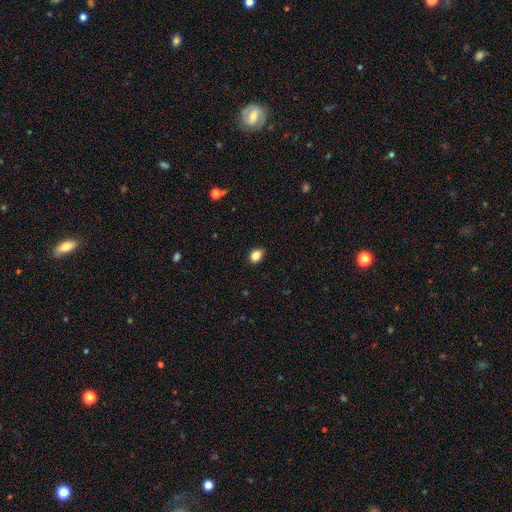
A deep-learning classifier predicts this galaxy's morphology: smooth_or_featured: smooth (p=0.86) [alt: star or artifact p=0.10]
how_rounded: in between (p=0.70) [alt: round p=0.29]
merging: none (p=0.81) [alt: minor disturbance p=0.16]